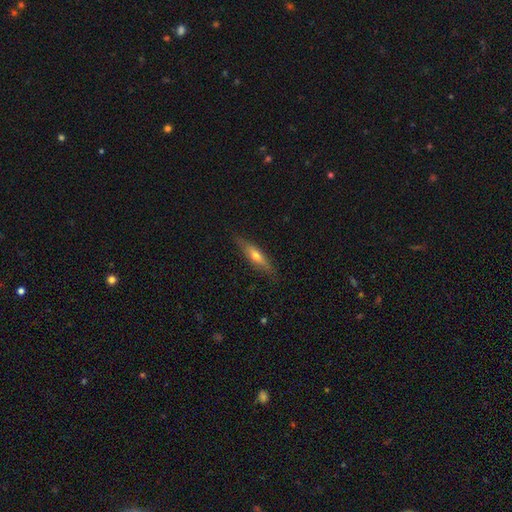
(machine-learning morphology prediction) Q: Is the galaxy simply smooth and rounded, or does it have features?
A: featured or disk — 54%.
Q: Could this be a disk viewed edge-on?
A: yes — 90%.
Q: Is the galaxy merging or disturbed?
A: none — 83%.